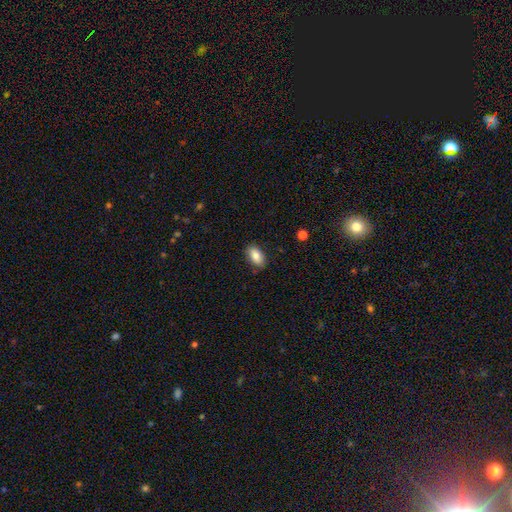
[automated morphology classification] This appears to be a smooth galaxy with no disk features (84%) that is in between round and cigar-shaped (92%). Merging: none (83%).